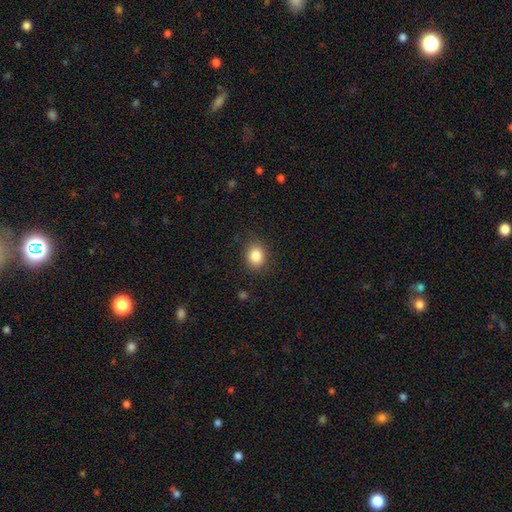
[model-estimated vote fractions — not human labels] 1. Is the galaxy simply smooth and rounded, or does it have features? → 85% smooth, 10% star or artifact, 6% featured or disk.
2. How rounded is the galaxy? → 60% round, 39% in between, 1% cigar-shaped.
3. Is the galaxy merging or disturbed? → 84% none, 11% minor disturbance, 3% major disturbance, 1% merger.